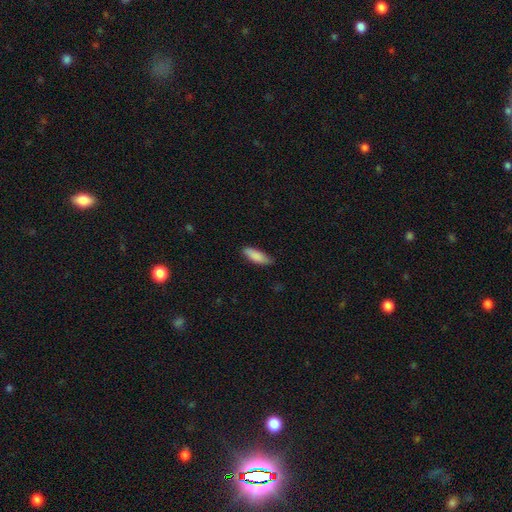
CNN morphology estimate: A smooth galaxy with no disk features (87%) that is in between round and cigar-shaped (57%).

Vote fractions:
- Smooth or featured? smooth: 87% / featured or disk: 7% / star or artifact: 6%
- How rounded? in between: 57% / cigar-shaped: 41% / round: 2%
- Merging? none: 77% / minor disturbance: 19% / major disturbance: 3% / merger: 1%